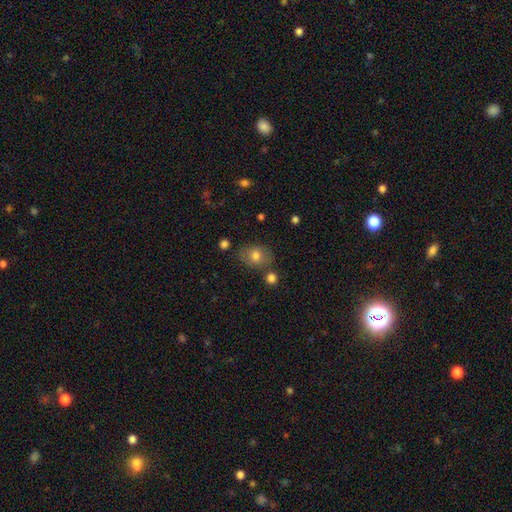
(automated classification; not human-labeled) Q: Smooth or featured?
A: smooth (75%); runner-up: featured or disk (15%)
Q: How rounded?
A: in between (52%); runner-up: round (47%)
Q: Merging?
A: none (73%); runner-up: minor disturbance (15%)